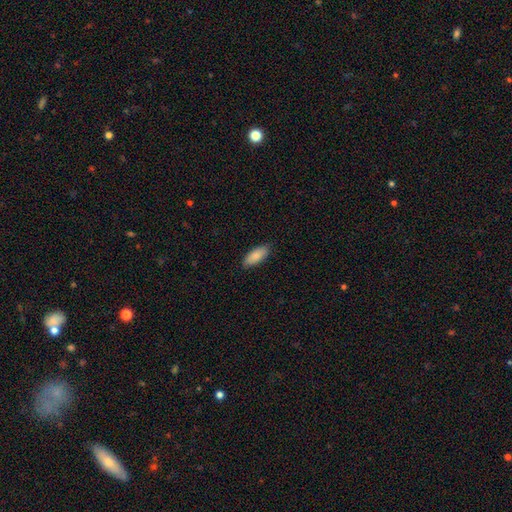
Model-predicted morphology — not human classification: Smooth or featured?
  - smooth: 87% *
  - featured or disk: 8%
  - star or artifact: 6%
How rounded?
  - in between: 77% *
  - cigar-shaped: 22%
  - round: 2%
Merging?
  - none: 86% *
  - minor disturbance: 11%
  - major disturbance: 2%
  - merger: 1%